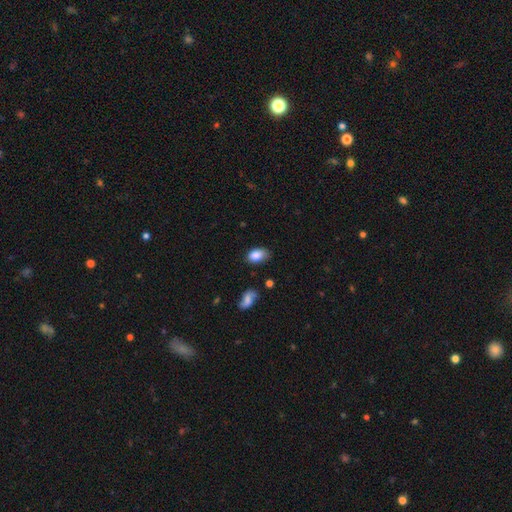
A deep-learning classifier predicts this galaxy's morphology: Smooth or featured: smooth — 84% (featured or disk — 8%)
How rounded: in between — 89% (round — 9%)
Merging: none — 69% (minor disturbance — 25%)